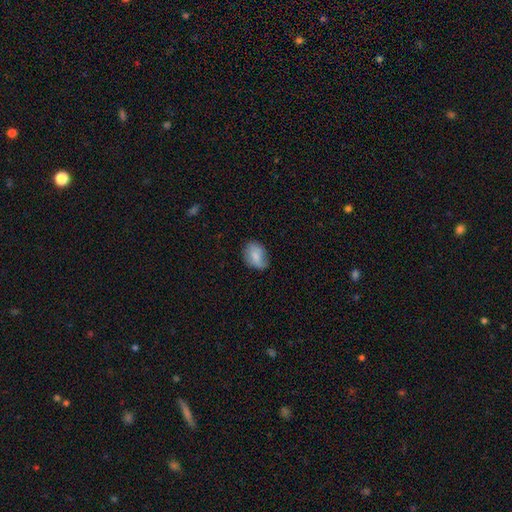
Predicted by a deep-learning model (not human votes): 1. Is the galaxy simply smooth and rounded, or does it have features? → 77% smooth, 16% featured or disk, 7% star or artifact.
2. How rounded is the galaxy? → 74% in between, 24% round, 1% cigar-shaped.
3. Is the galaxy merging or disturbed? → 60% none, 30% minor disturbance, 8% major disturbance, 1% merger.